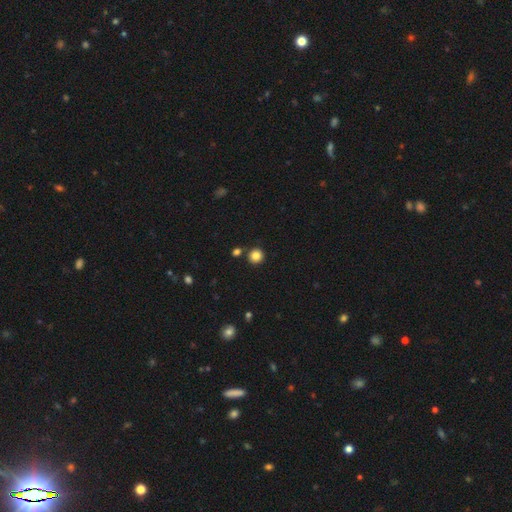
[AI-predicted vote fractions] Smooth or featured: smooth — 83% (star or artifact — 12%)
How rounded: round — 94% (in between — 5%)
Merging: none — 86% (minor disturbance — 6%)